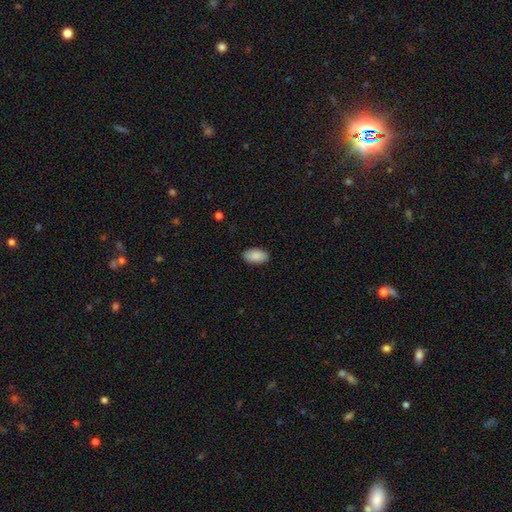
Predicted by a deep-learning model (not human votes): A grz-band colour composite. It shows a smooth galaxy with no disk features (89%) that is in between round and cigar-shaped (95%). Merging: none (88%).